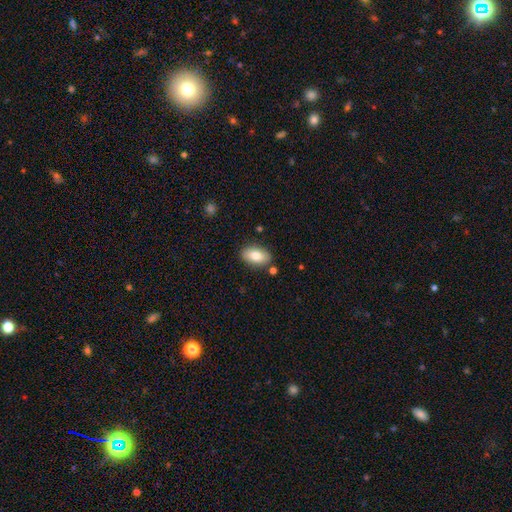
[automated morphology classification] This is clearly a smooth galaxy (82%). How rounded: clearly in between (92%). Merging: clearly none (84%).